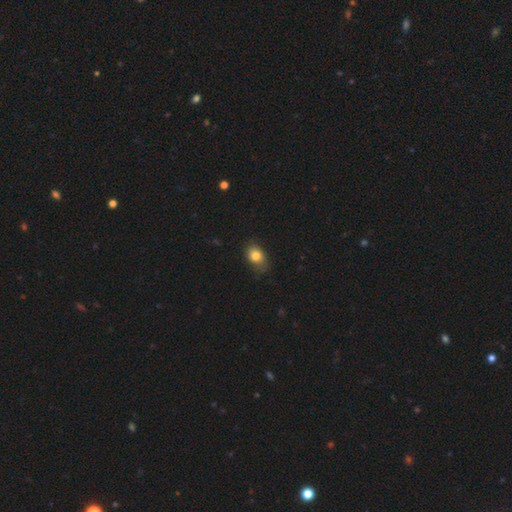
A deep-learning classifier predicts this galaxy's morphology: Smooth or featured: smooth — 81% (star or artifact — 10%)
How rounded: in between — 66% (round — 32%)
Merging: none — 64% (minor disturbance — 28%)